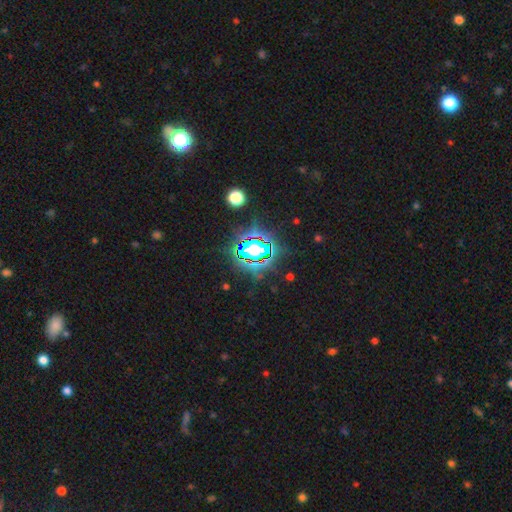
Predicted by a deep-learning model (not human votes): This is clearly a star or artifact rather than a galaxy (81%).